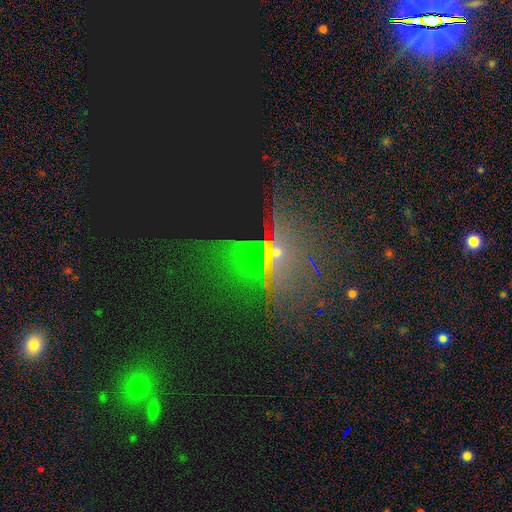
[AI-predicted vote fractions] Smooth or featured? star or artifact (66%)